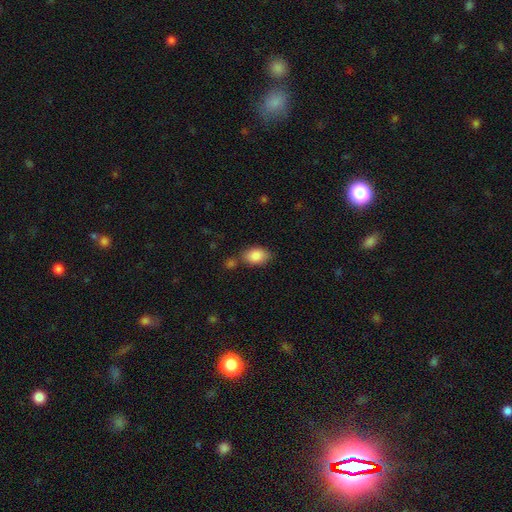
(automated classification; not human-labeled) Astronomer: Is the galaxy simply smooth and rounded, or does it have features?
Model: smooth — 87%.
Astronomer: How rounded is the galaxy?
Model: in between — 87%.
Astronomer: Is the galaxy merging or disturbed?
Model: none — 68%.